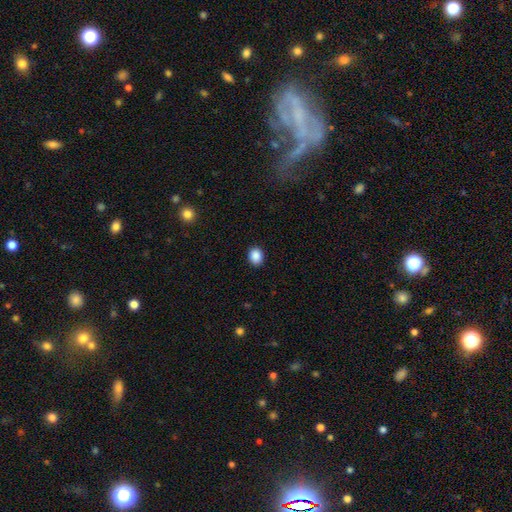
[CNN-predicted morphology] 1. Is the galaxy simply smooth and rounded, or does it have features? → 88% smooth, 9% star or artifact, 3% featured or disk.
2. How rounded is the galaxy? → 58% round, 42% in between, 1% cigar-shaped.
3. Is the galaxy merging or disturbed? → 91% none, 6% minor disturbance, 2% major disturbance, 1% merger.